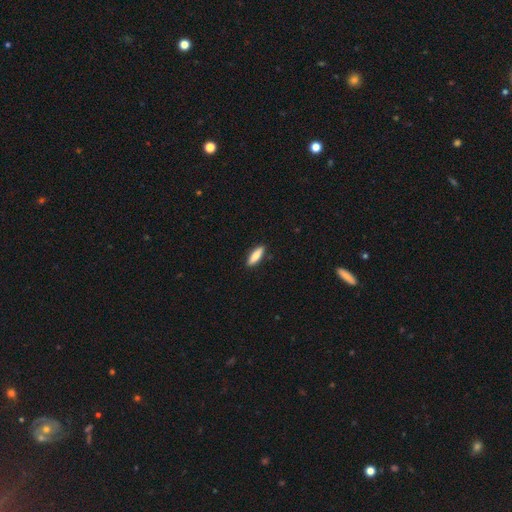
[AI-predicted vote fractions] A smooth galaxy with no disk features (78%) that is cigar-shaped (54%).

Vote fractions:
- Smooth or featured? smooth: 78% / featured or disk: 16% / star or artifact: 6%
- How rounded? cigar-shaped: 54% / in between: 44% / round: 2%
- Merging? none: 89% / minor disturbance: 8% / major disturbance: 2% / merger: 1%